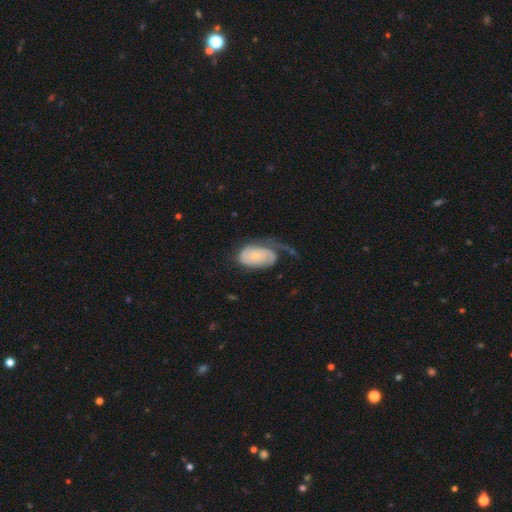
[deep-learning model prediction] Smooth or featured: featured or disk — 54% (smooth — 40%)
Edge-on disk: no — 95% (yes — 5%)
Bar: no — 79% (weak — 17%)
Spiral arms: yes — 79% (no — 21%)
Bulge size: small — 72% (moderate — 19%)
Merging: major disturbance — 41% (none — 29%)